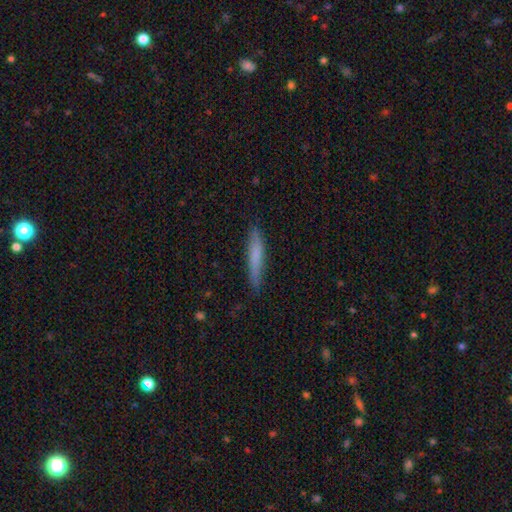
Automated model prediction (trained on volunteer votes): smooth_or_featured: smooth (p=0.71) [alt: featured or disk p=0.23]
how_rounded: cigar-shaped (p=0.92) [alt: in between p=0.07]
merging: none (p=0.83) [alt: minor disturbance p=0.14]